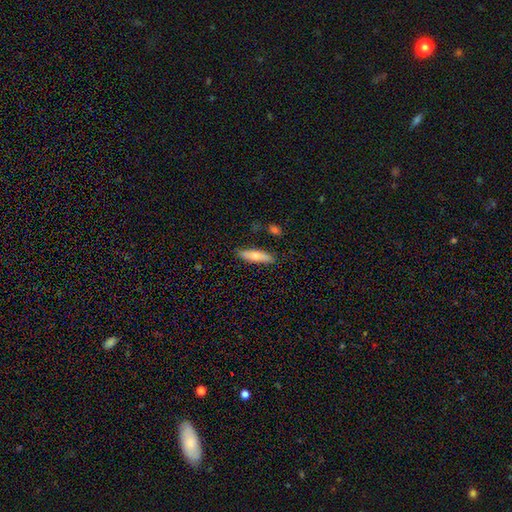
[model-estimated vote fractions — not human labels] Q: Smooth or featured?
A: smooth (68%); runner-up: featured or disk (26%)
Q: How rounded?
A: cigar-shaped (62%); runner-up: in between (36%)
Q: Merging?
A: none (84%); runner-up: minor disturbance (11%)